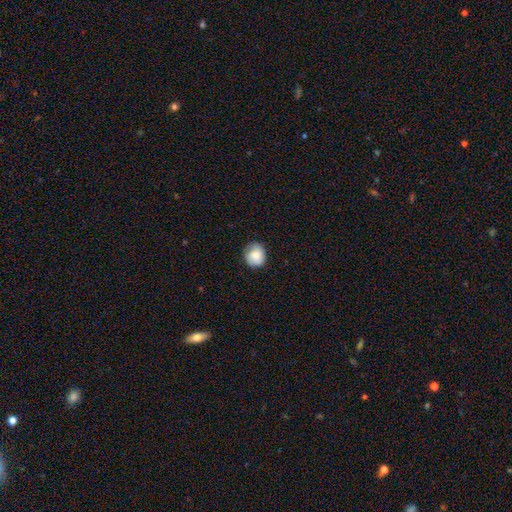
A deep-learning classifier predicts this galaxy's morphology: smooth_or_featured: smooth (p=0.74) [alt: featured or disk p=0.19]
how_rounded: round (p=0.79) [alt: in between p=0.20]
merging: none (p=0.74) [alt: minor disturbance p=0.20]